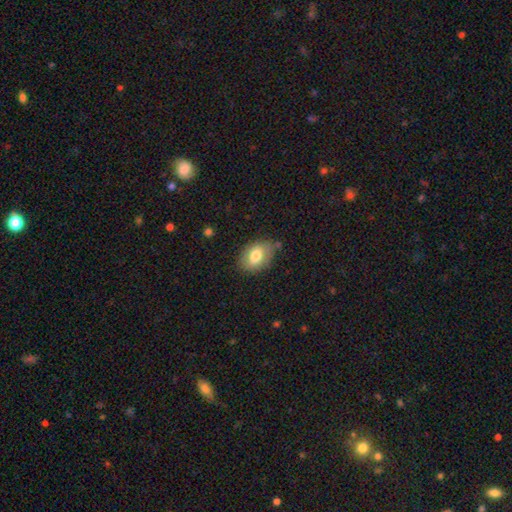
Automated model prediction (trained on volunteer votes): This is likely a smooth galaxy (74%). How rounded: clearly in between (84%). Merging: likely none (75%).